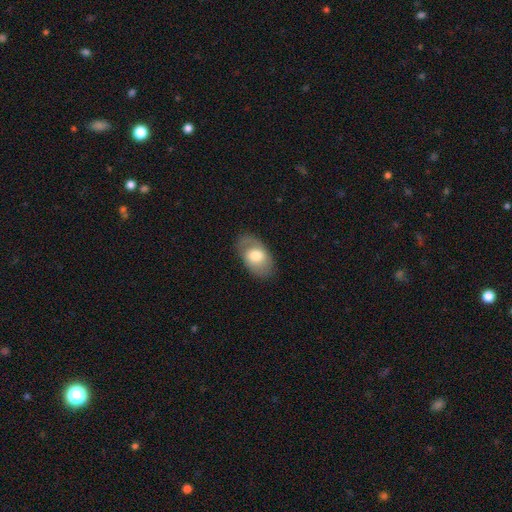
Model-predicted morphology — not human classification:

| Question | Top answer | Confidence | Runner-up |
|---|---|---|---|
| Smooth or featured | smooth | 61% | featured or disk (32%) |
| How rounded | in between | 89% | round (9%) |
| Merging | none | 76% | minor disturbance (17%) |